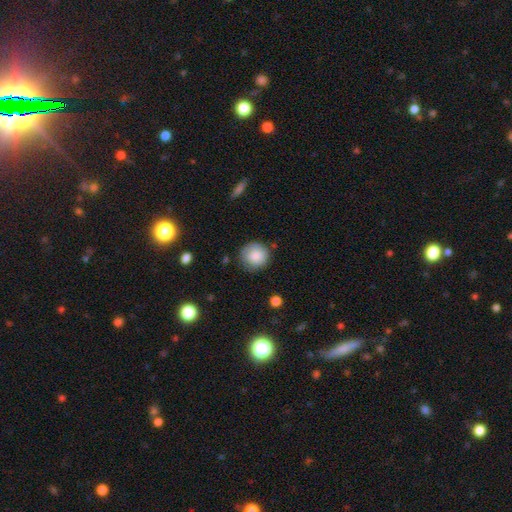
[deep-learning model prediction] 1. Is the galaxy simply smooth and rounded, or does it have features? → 85% smooth, 8% star or artifact, 7% featured or disk.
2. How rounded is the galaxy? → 90% round, 9% in between, 1% cigar-shaped.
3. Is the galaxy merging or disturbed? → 76% none, 17% minor disturbance, 5% major disturbance, 2% merger.